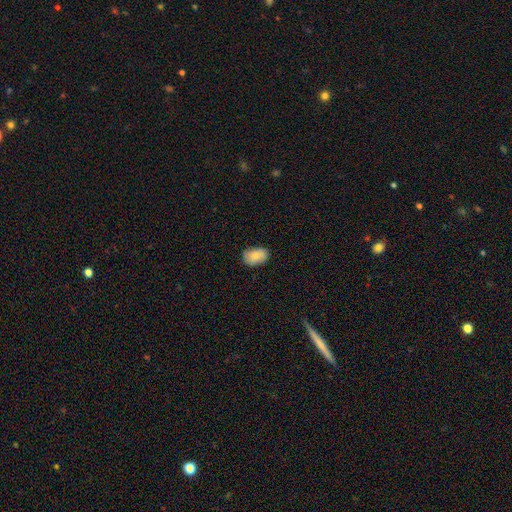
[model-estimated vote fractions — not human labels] A smooth galaxy with no disk features (83%) that is in between round and cigar-shaped (89%).

Vote fractions:
- Smooth or featured? smooth: 83% / featured or disk: 10% / star or artifact: 7%
- How rounded? in between: 89% / round: 10% / cigar-shaped: 1%
- Merging? none: 82% / minor disturbance: 15% / major disturbance: 2% / merger: 1%